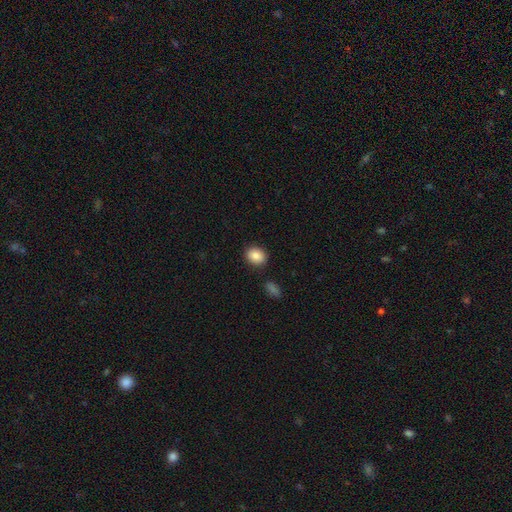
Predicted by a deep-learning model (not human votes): This appears to be a smooth galaxy with no disk features (87%) that is in between round and cigar-shaped (51%). Merging: none (86%).